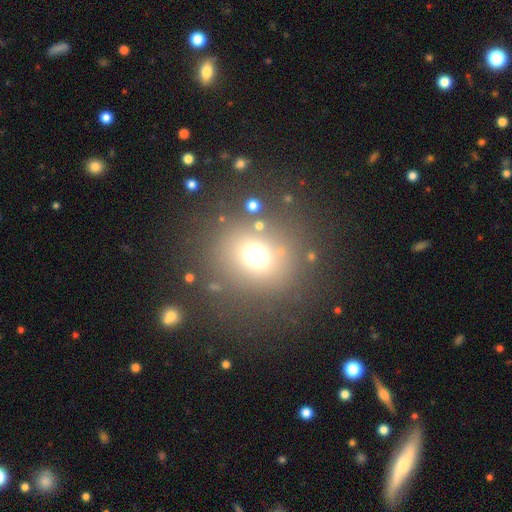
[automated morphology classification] The model was most divided on "smooth or featured": smooth: 66%, star or artifact: 24%, featured or disk: 10%. More confident: how rounded — round (81%); merging — none (79%).